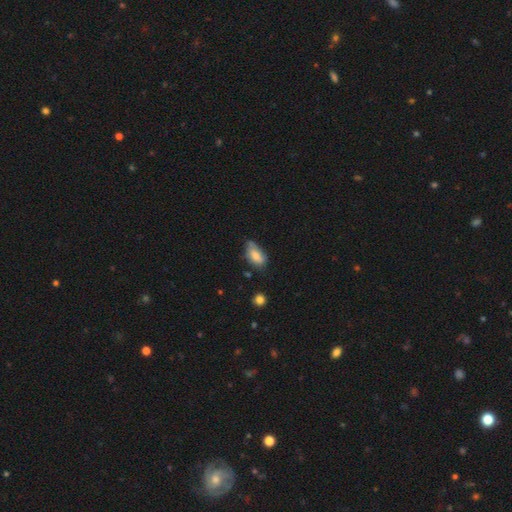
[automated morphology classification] type=smooth (72%); roundness=in between (91%); merging=none (46%).